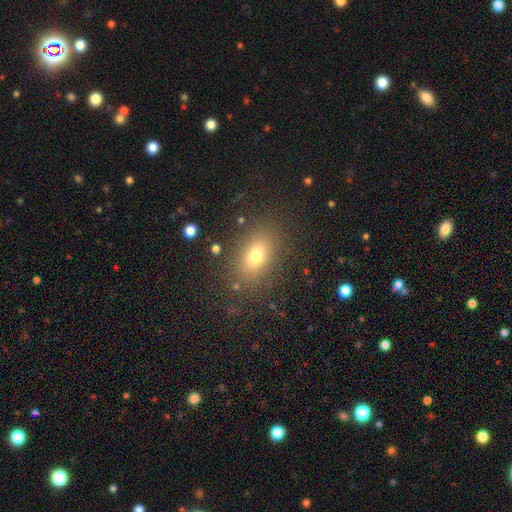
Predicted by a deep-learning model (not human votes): Smooth or featured: smooth — 74% (star or artifact — 13%)
How rounded: in between — 80% (round — 17%)
Merging: none — 83% (minor disturbance — 10%)